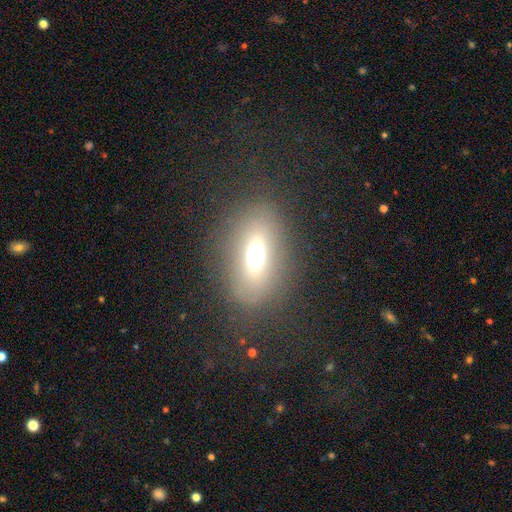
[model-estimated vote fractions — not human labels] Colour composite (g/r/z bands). It shows a smooth galaxy with no disk features (53%) that is in between round and cigar-shaped (71%). Merging: none (76%).